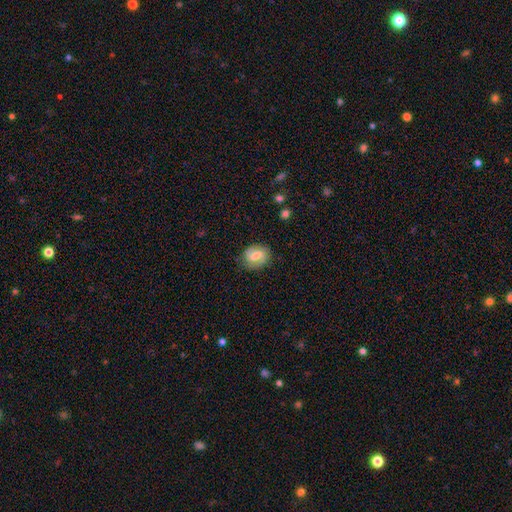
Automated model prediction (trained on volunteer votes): Q: Smooth or featured?
A: featured or disk (63%); runner-up: smooth (30%)
Q: Edge-on disk?
A: no (97%); runner-up: yes (3%)
Q: Bar?
A: weak (52%); runner-up: strong (32%)
Q: Spiral arms?
A: yes (89%); runner-up: no (11%)
Q: Spiral winding?
A: medium (46%); runner-up: tight (33%)
Q: Spiral arm count?
A: 2 (85%); runner-up: can't tell (6%)
Q: Bulge size?
A: moderate (49%); runner-up: small (24%)
Q: Merging?
A: none (80%); runner-up: minor disturbance (14%)